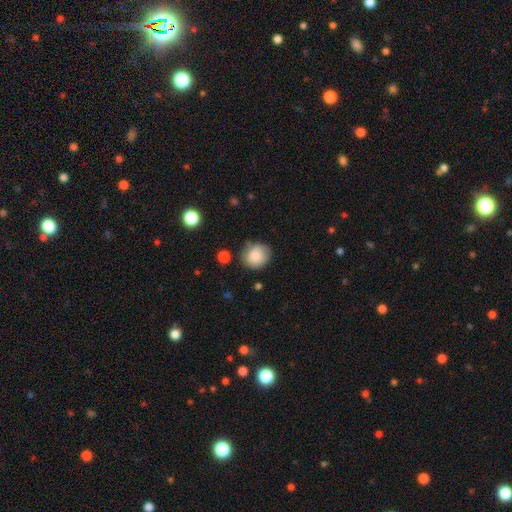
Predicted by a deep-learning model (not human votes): A smooth galaxy with no disk features (82%) that is round (76%).

Vote fractions:
- Smooth or featured? smooth: 82% / featured or disk: 10% / star or artifact: 8%
- How rounded? round: 76% / in between: 23% / cigar-shaped: 1%
- Merging? none: 73% / minor disturbance: 19% / major disturbance: 5% / merger: 3%